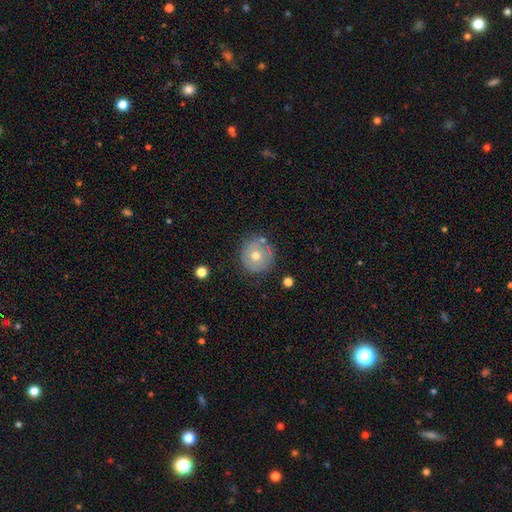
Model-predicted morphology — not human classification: Smooth or featured? Predicted: smooth (p=0.57). How rounded? Predicted: round (p=0.92). Merging? Predicted: none (p=0.77).